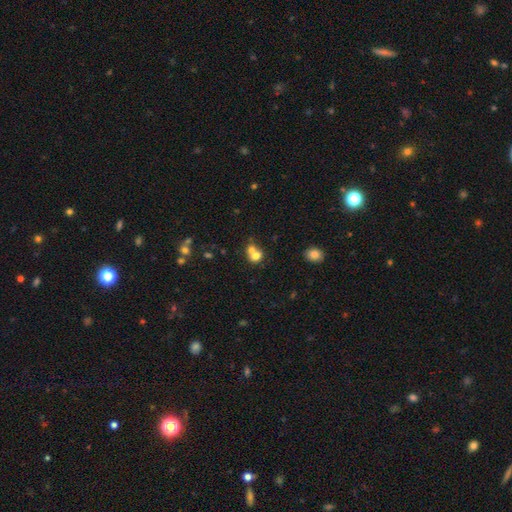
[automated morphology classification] smooth_or_featured: smooth (p=0.71) [alt: featured or disk p=0.16]
how_rounded: round (p=0.70) [alt: in between p=0.29]
merging: merger (p=0.63) [alt: none p=0.28]